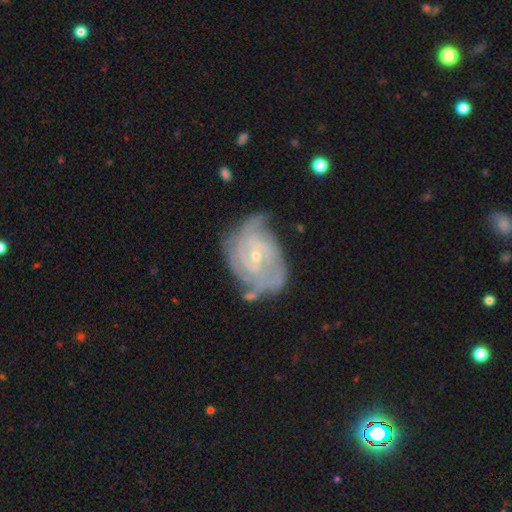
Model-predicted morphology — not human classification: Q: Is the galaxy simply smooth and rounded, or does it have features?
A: featured or disk — 86%.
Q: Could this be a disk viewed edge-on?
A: no — 97%.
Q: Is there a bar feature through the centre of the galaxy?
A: no — 46%.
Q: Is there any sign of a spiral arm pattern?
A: yes — 96%.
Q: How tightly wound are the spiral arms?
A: tight — 67%.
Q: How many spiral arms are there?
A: can't tell — 29%.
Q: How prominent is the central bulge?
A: small — 73%.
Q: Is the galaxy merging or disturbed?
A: none — 53%.